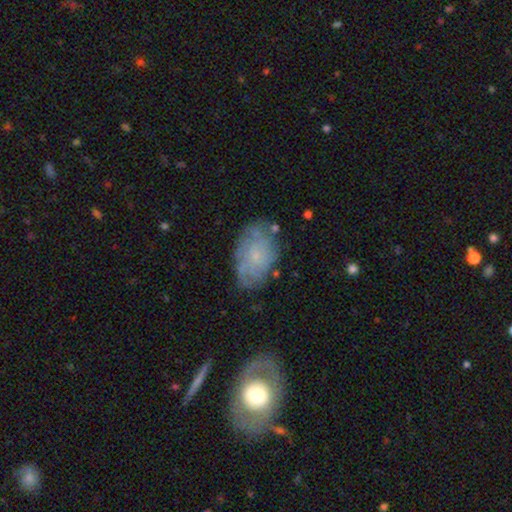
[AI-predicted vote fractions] This appears to be a featured or disk galaxy (49%). Merging: none (67%).